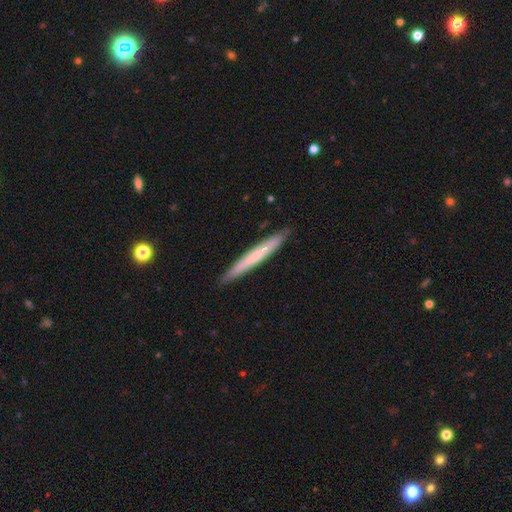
smooth 57%, featured or disk 38%, star or artifact 5%. Down the decision tree: how rounded — cigar-shaped (95%); merging — none (97%).